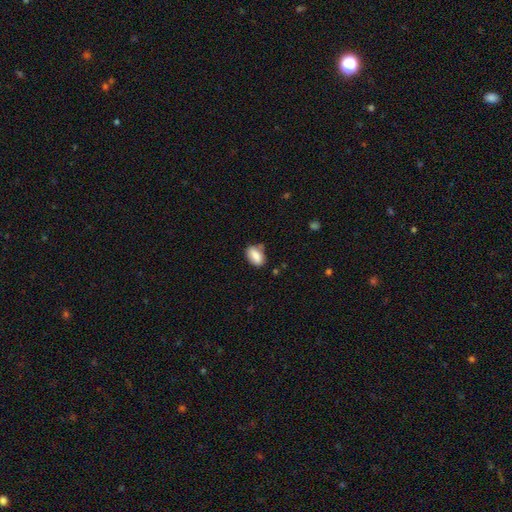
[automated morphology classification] The model was most divided on "merging": none: 68%, minor disturbance: 23%, merger: 5%, major disturbance: 5%. More confident: how rounded — in between (88%); smooth or featured — smooth (83%).